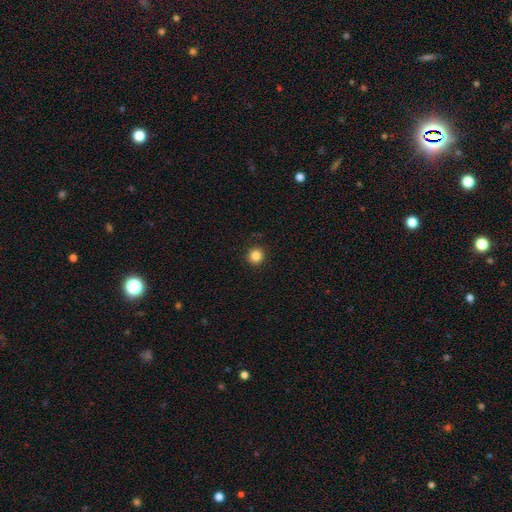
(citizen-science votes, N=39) Morphology: type=smooth (82%); roundness=round (97%); merging=none (91%).